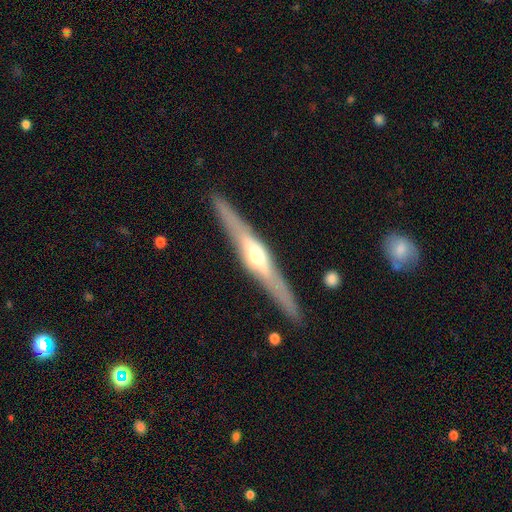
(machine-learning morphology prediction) A featured or disk galaxy (75%) viewed edge-on (96%) with a rounded central bulge (88%). Merging: none (88%).